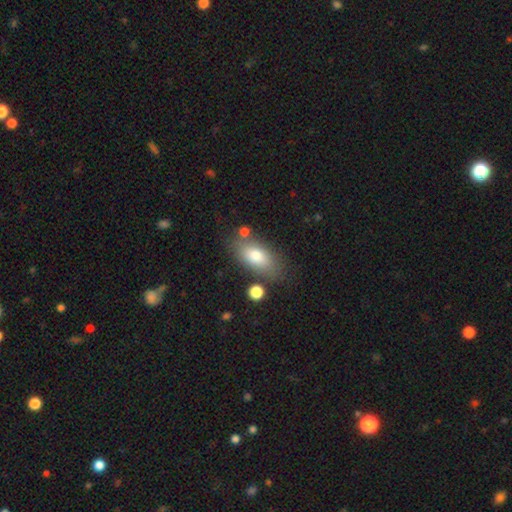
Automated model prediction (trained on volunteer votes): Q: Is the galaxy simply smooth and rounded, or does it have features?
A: smooth — 77%.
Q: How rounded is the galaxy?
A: in between — 86%.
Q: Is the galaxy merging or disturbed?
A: none — 76%.